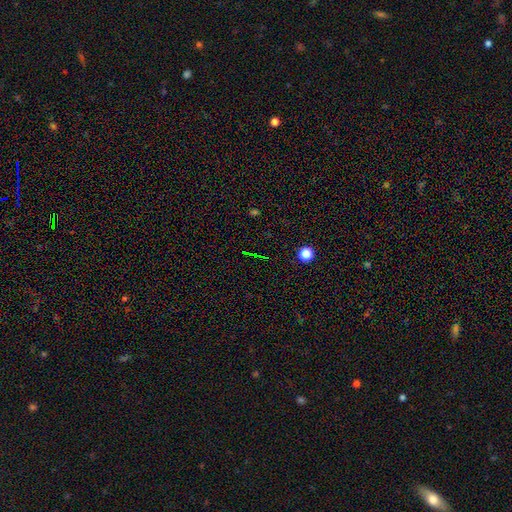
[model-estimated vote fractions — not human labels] This is likely a star or artifact rather than a galaxy (72%).